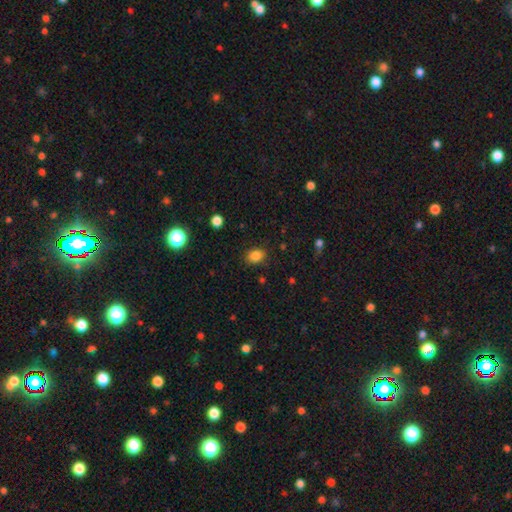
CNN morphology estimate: smooth 84%, star or artifact 12%, featured or disk 4%. Down the decision tree: how rounded — in between (61%); merging — none (84%).